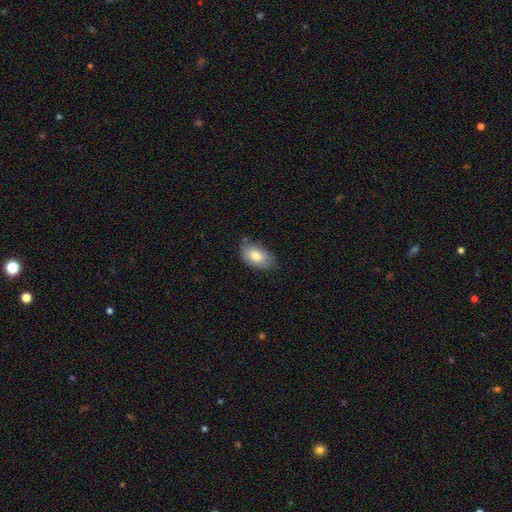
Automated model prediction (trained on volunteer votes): Q: Smooth or featured?
A: smooth (79%); runner-up: featured or disk (14%)
Q: How rounded?
A: in between (92%); runner-up: round (6%)
Q: Merging?
A: none (73%); runner-up: minor disturbance (22%)